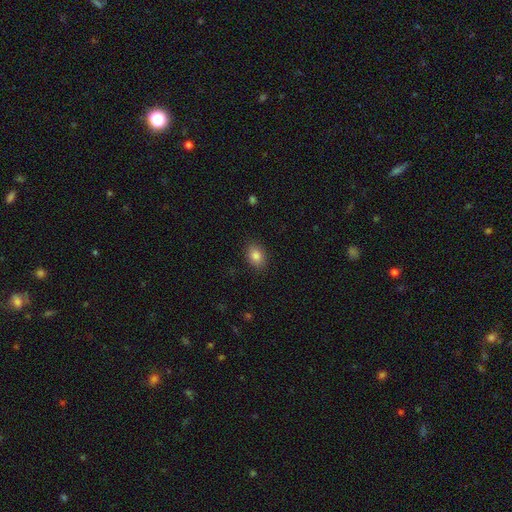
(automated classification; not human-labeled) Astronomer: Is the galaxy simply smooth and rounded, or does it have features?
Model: smooth — 85%.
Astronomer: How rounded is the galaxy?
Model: in between — 73%.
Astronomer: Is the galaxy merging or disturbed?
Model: none — 88%.